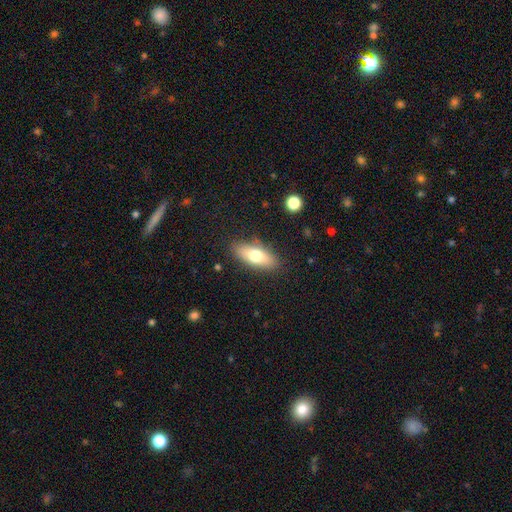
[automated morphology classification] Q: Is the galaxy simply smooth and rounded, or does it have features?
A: smooth — 68%.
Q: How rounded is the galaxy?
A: in between — 74%.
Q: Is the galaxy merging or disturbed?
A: none — 85%.